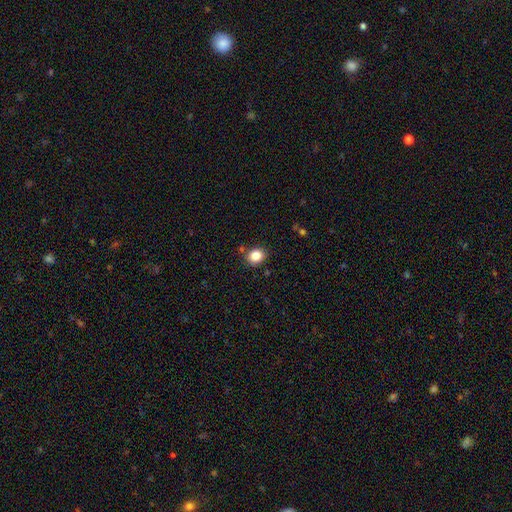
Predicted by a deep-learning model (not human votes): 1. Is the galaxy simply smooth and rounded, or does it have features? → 84% smooth, 11% star or artifact, 5% featured or disk.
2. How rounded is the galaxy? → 66% round, 33% in between, 1% cigar-shaped.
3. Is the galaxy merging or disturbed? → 85% none, 9% minor disturbance, 3% merger, 2% major disturbance.